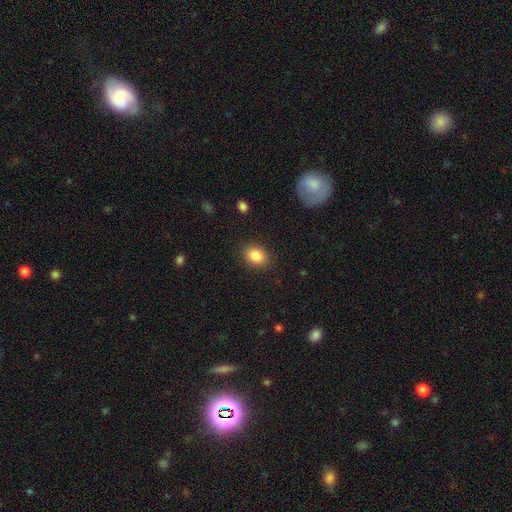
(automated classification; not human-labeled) Morphology: type=smooth (86%); roundness=in between (65%); merging=none (87%).